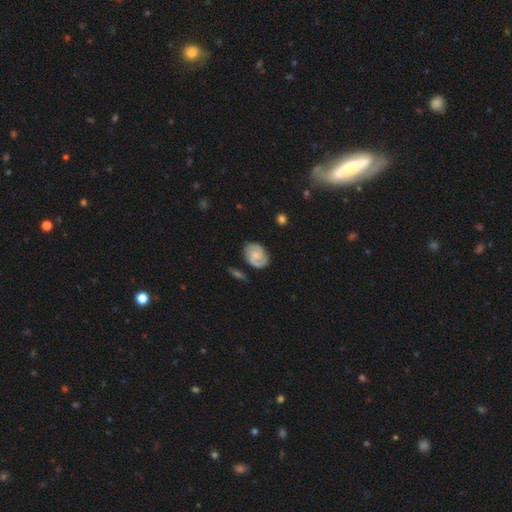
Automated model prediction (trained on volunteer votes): smooth-or-featured: featured or disk: 76% | smooth: 18% | star or artifact: 6%
  disk-edge-on: no: 98% | yes: 2%
    bar: no: 50% | weak: 42% | strong: 8%
    has-spiral-arms: yes: 95% | no: 5%
      spiral-winding: medium: 46% | tight: 42% | loose: 12%
      spiral-arm-count: 2: 88% | can't tell: 5% | 3: 2% | 1: 2% | 4: 1% | more than 4: 1%
    bulge-size: small: 35% | none: 34% | moderate: 26% | large: 4% | dominant: 1%
  merging: none: 78% | minor disturbance: 15% | major disturbance: 4% | merger: 3%